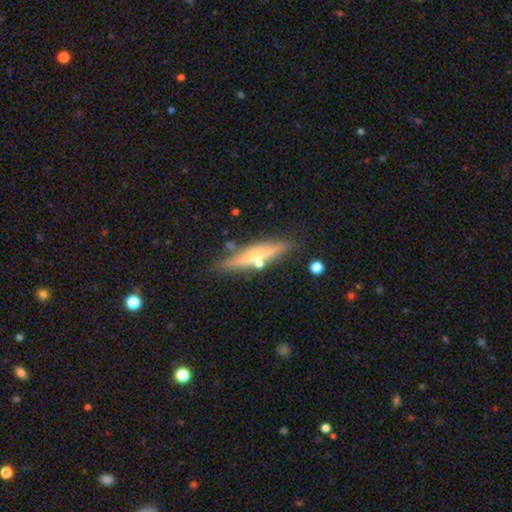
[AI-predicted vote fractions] Morphology: type=featured or disk (59%); edge-on=yes (94%); edge-on bulge=rounded (72%); merging=none (80%).